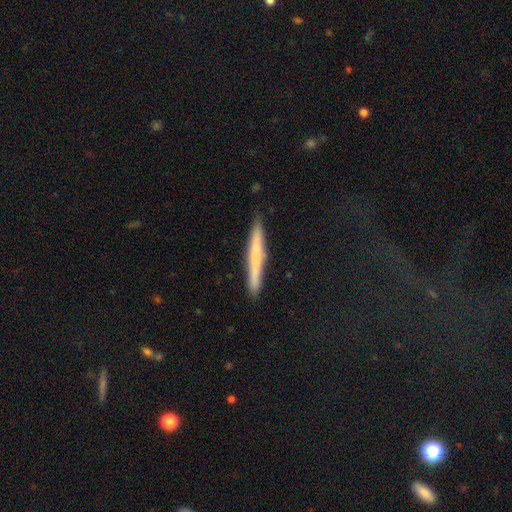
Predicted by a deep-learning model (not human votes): Smooth or featured? smooth (58%)
How rounded? cigar-shaped (97%)
Merging? none (89%)